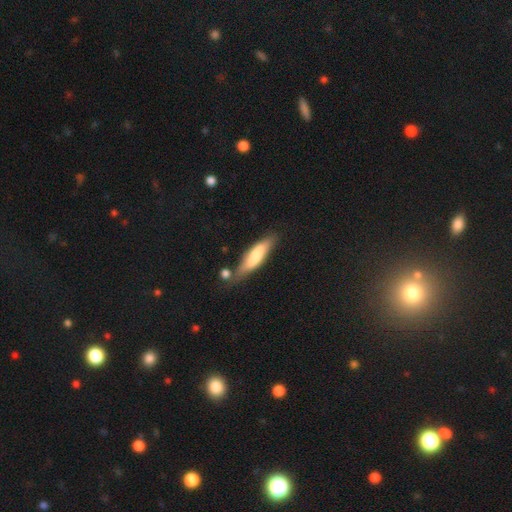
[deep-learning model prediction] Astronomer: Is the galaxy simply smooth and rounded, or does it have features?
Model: smooth — 66%.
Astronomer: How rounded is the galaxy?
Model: cigar-shaped — 65%.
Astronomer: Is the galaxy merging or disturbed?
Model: none — 55%.